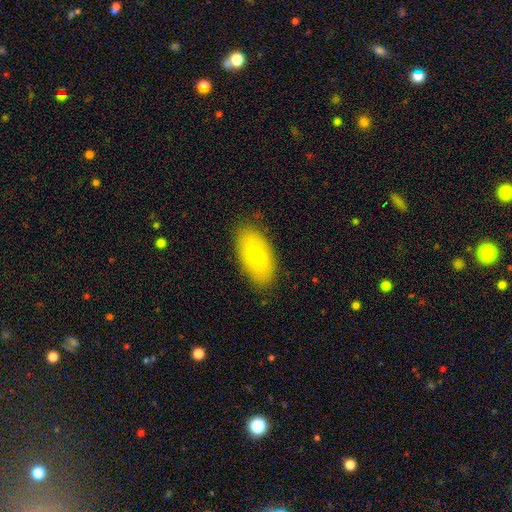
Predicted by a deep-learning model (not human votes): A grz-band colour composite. It shows a smooth galaxy with no disk features (65%) that is in between round and cigar-shaped (92%). Merging: none (84%).